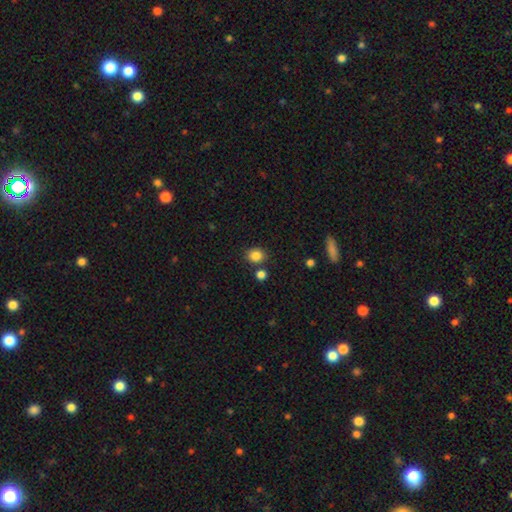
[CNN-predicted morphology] A smooth galaxy with no disk features (85%) that is round (74%). Merging: none (79%).